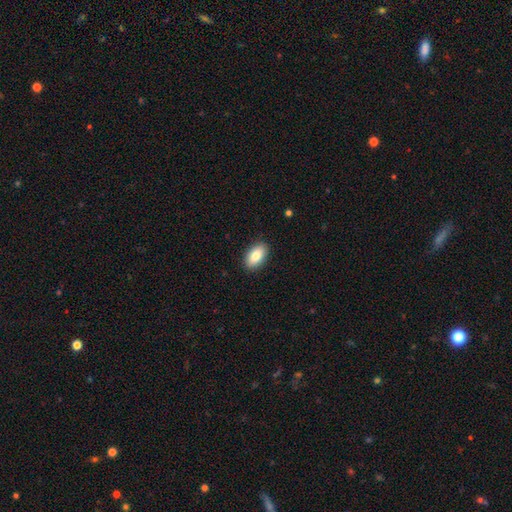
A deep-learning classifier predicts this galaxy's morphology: This is clearly a smooth galaxy (83%). How rounded: clearly in between (93%). Merging: clearly none (89%).